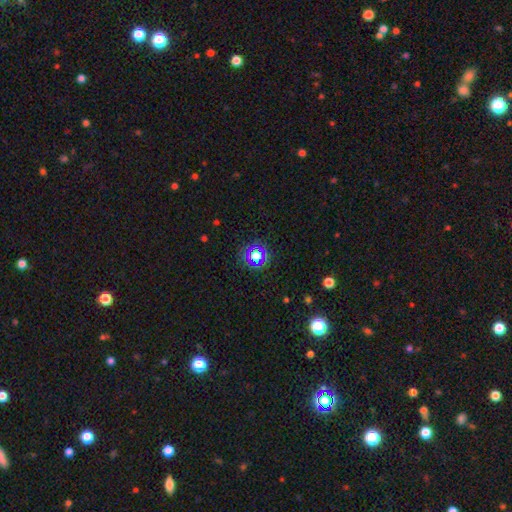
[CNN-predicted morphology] Overall: star or artifact (64%; smooth 25%).